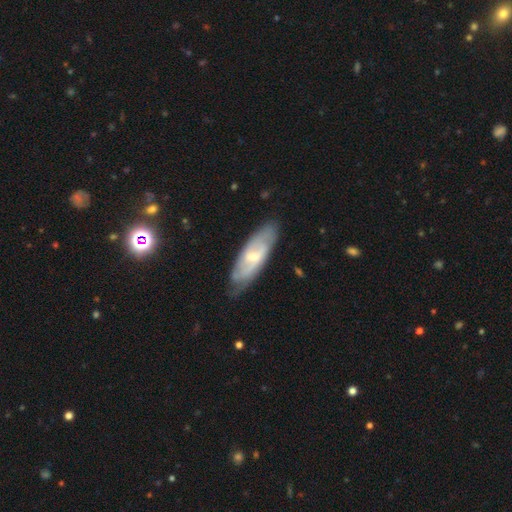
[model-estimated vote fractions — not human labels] smooth-or-featured: featured or disk: 59% | smooth: 33% | star or artifact: 8%
  disk-edge-on: no: 75% | yes: 25%
  merging: none: 77% | minor disturbance: 18% | major disturbance: 4% | merger: 1%